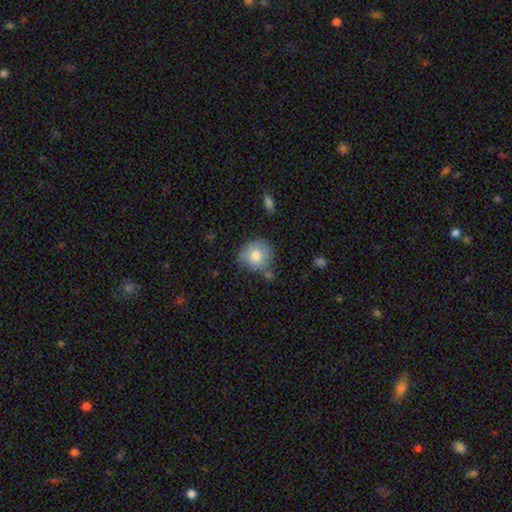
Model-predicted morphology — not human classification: Smooth or featured: smooth — 78% (featured or disk — 14%)
How rounded: round — 86% (in between — 13%)
Merging: none — 64% (minor disturbance — 22%)